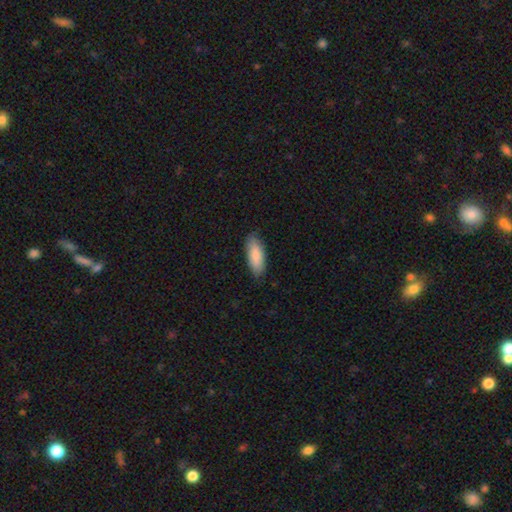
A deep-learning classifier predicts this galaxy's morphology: Smooth or featured: smooth — 87% (featured or disk — 8%)
How rounded: in between — 76% (cigar-shaped — 23%)
Merging: none — 82% (minor disturbance — 14%)